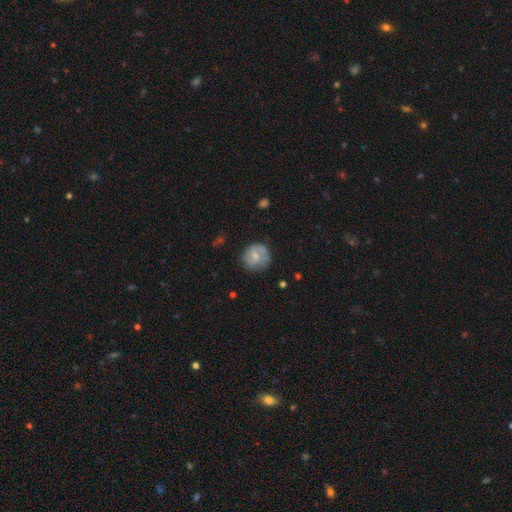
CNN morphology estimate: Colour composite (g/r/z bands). It shows a featured or disk galaxy (47%). Merging: none (71%).